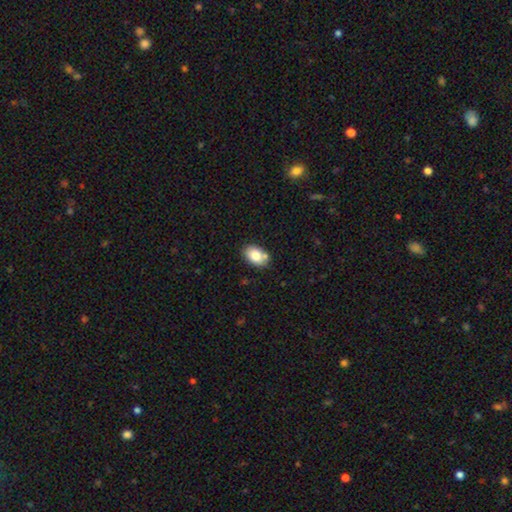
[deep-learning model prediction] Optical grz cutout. It shows a smooth galaxy with no disk features (82%) that is in between round and cigar-shaped (84%). Merging: none (72%).